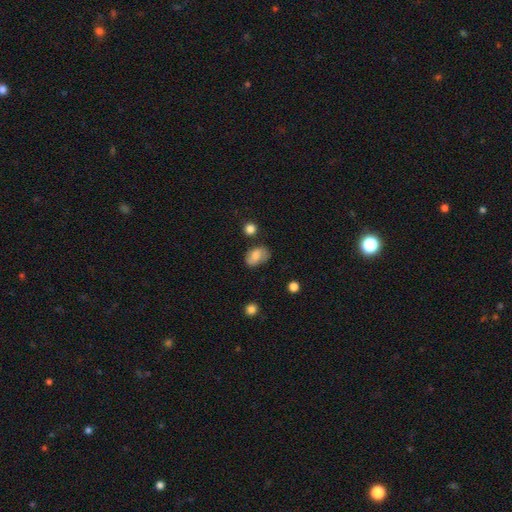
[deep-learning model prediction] smooth 65%, featured or disk 26%, star or artifact 9%. Down the decision tree: how rounded — in between (79%); merging — none (66%).